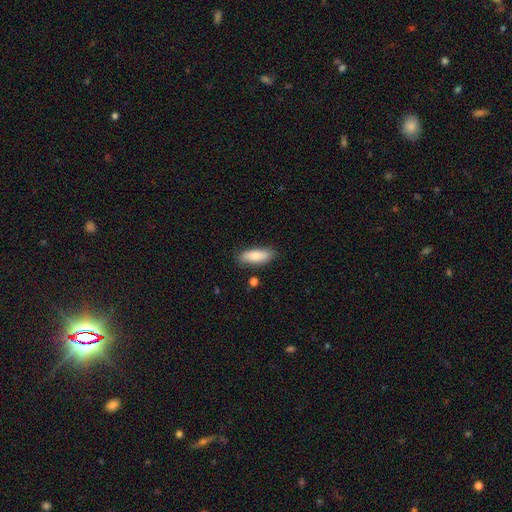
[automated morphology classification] Smooth or featured? smooth (81%)
How rounded? in between (70%)
Merging? none (82%)